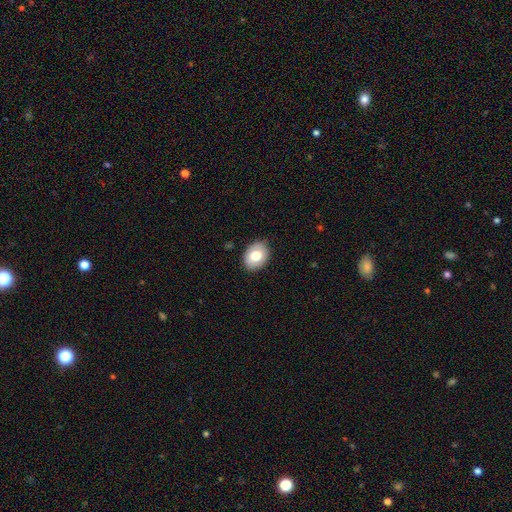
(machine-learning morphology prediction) The model was most divided on "how rounded": in between: 67%, round: 32%, cigar-shaped: 1%. More confident: merging — none (87%); smooth or featured — smooth (74%).